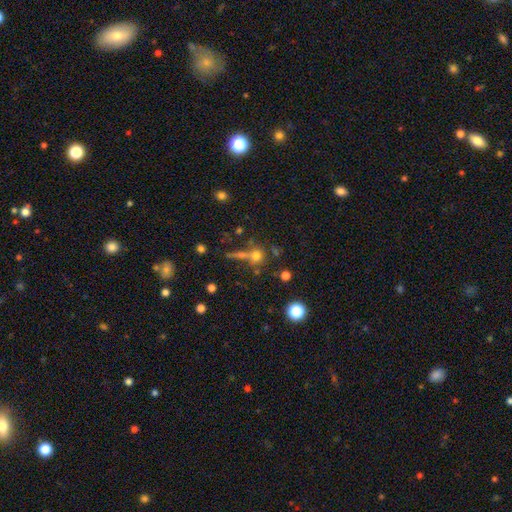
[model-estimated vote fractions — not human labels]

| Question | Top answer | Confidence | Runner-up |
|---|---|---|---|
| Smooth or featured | smooth | 66% | star or artifact (20%) |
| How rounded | round | 87% | in between (9%) |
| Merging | none | 60% | merger (23%) |